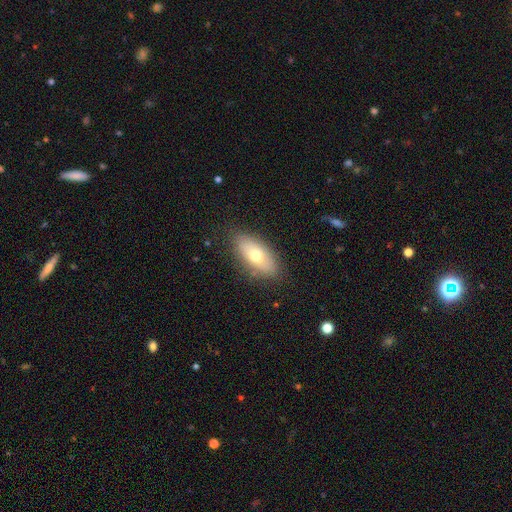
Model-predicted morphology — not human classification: smooth-or-featured: smooth: 65% | featured or disk: 28% | star or artifact: 7%
  how-rounded: in between: 87% | cigar-shaped: 9% | round: 4%
  merging: none: 83% | minor disturbance: 13% | major disturbance: 3% | merger: 1%